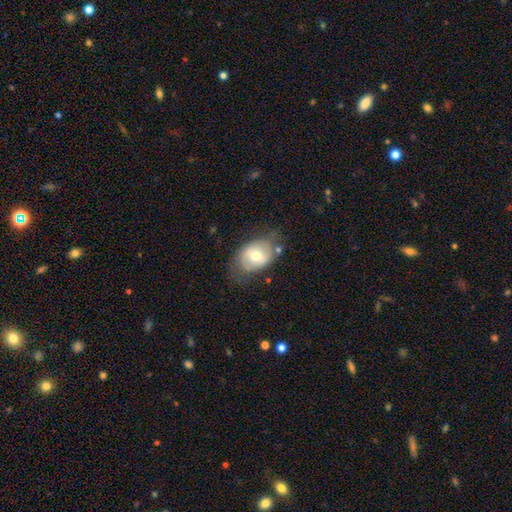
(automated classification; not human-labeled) Overall: smooth (57%; featured or disk 36%). How rounded: in between (76%). Merging: none (62%; minor disturbance 24%).